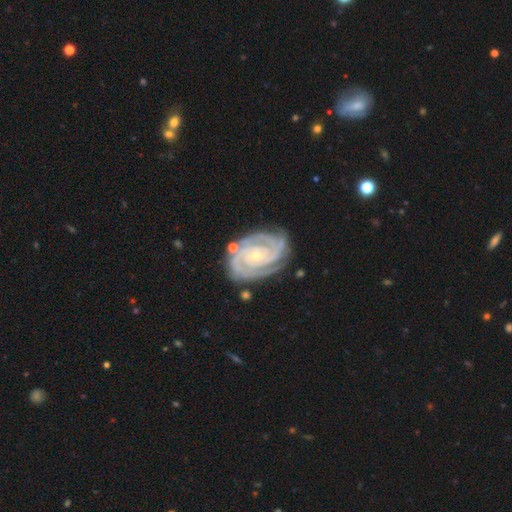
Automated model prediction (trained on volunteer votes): Smooth or featured? featured or disk (92%)
Edge-on disk? no (98%)
Bar? no (66%)
Spiral arms? yes (99%)
Spiral winding? tight (83%)
Spiral arm count? 2 (40%)
Bulge size? small (79%)
Merging? none (76%)